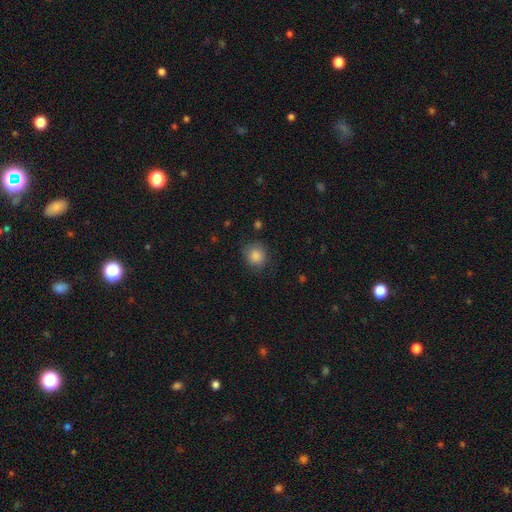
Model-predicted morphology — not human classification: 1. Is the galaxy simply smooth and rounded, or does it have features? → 85% smooth, 10% star or artifact, 5% featured or disk.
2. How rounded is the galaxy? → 85% round, 14% in between, 1% cigar-shaped.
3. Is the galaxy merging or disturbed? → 79% none, 15% minor disturbance, 4% major disturbance, 1% merger.